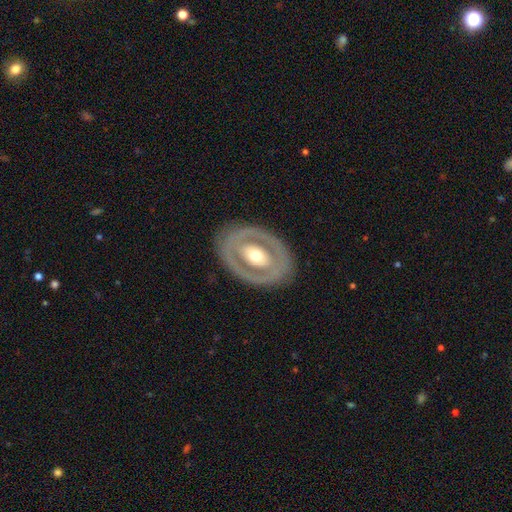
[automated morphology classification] The model was most divided on "bar": no: 59%, weak: 21%, strong: 20%. More confident: edge-on disk — no (92%); merging — none (83%); spiral arms — no (77%); smooth or featured — featured or disk (70%); bulge size — moderate (69%).